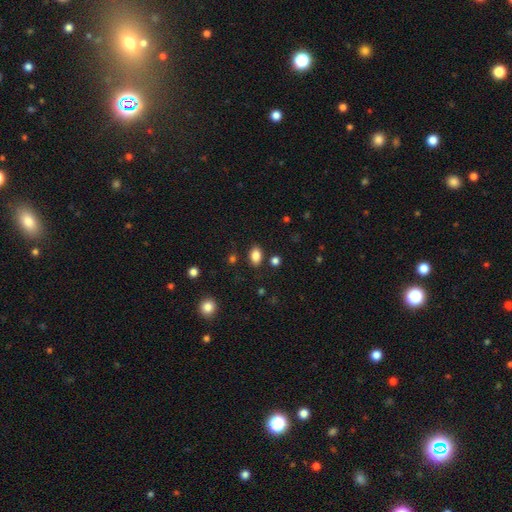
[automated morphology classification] This appears to be a smooth galaxy with no disk features (85%) that is in between round and cigar-shaped (85%). Merging: none (84%).